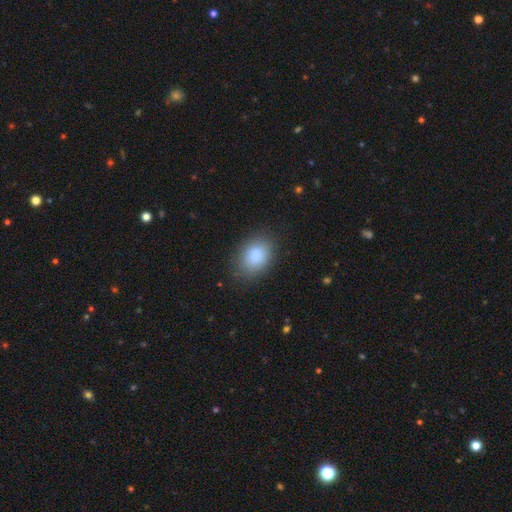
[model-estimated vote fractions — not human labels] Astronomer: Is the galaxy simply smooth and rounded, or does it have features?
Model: smooth — 87%.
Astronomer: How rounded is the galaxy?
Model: in between — 74%.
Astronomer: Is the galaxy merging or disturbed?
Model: none — 82%.